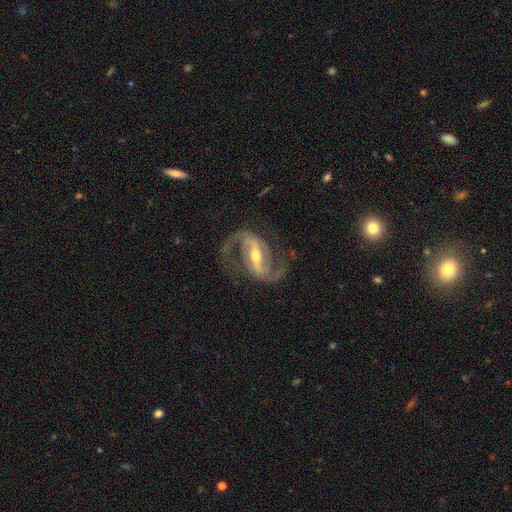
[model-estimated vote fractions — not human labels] Morphology: type=featured or disk (93%); edge-on=no (97%); bar=strong (61%); spiral arms=yes (98%); winding=medium (56%); arm count=2 (94%); bulge=moderate (58%); merging=none (78%).